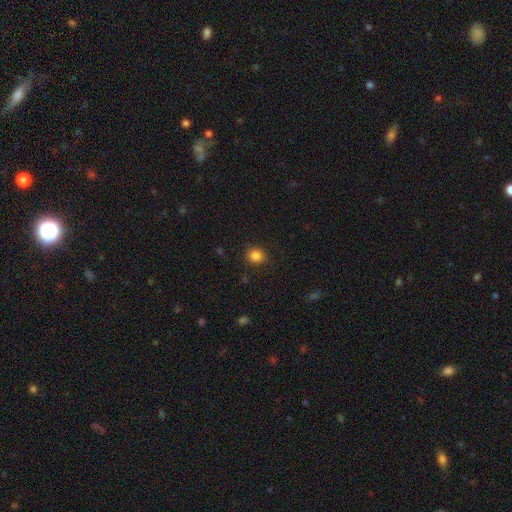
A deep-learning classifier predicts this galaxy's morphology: This appears to be a smooth galaxy with no disk features (85%) that is round (81%). Merging: none (88%).